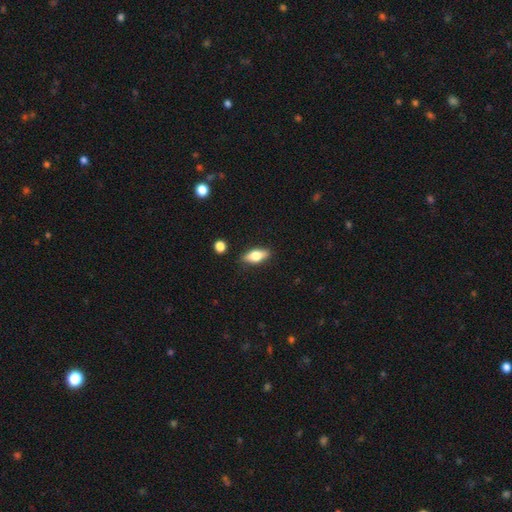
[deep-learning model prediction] Q: Smooth or featured?
A: smooth (64%); runner-up: featured or disk (28%)
Q: How rounded?
A: in between (76%); runner-up: cigar-shaped (20%)
Q: Merging?
A: none (86%); runner-up: minor disturbance (10%)